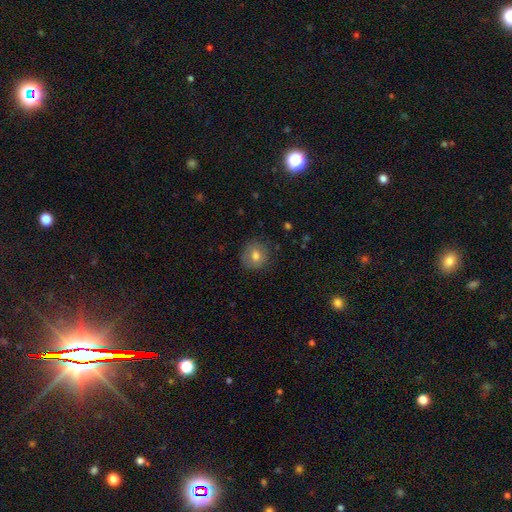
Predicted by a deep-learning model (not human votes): This is likely a smooth galaxy (76%). How rounded: clearly round (87%). Merging: clearly none (83%).